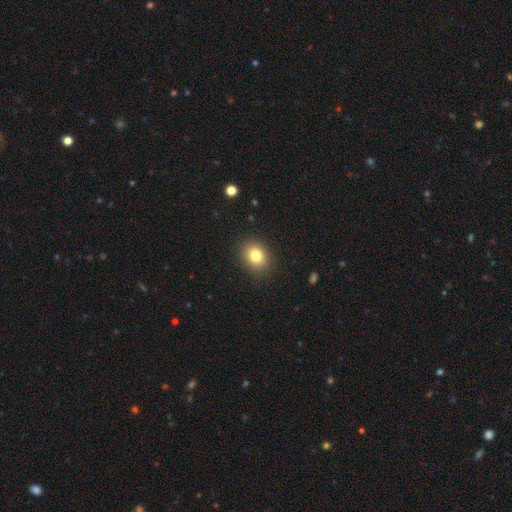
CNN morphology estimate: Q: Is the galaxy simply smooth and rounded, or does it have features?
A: smooth — 81%.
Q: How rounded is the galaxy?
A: round — 56%.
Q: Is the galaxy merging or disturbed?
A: none — 89%.